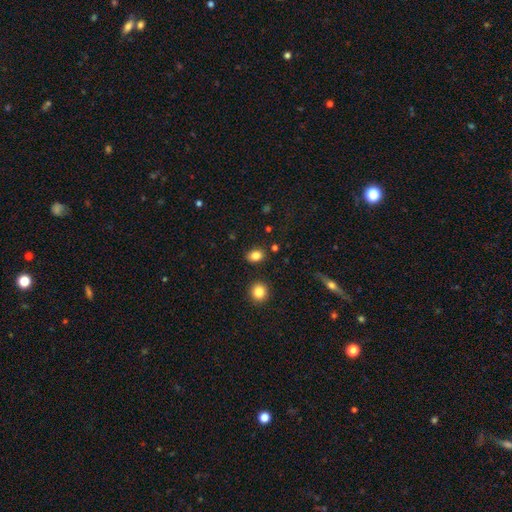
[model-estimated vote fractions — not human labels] This is clearly a smooth galaxy (84%). How rounded: likely in between (63%). Merging: clearly none (86%).